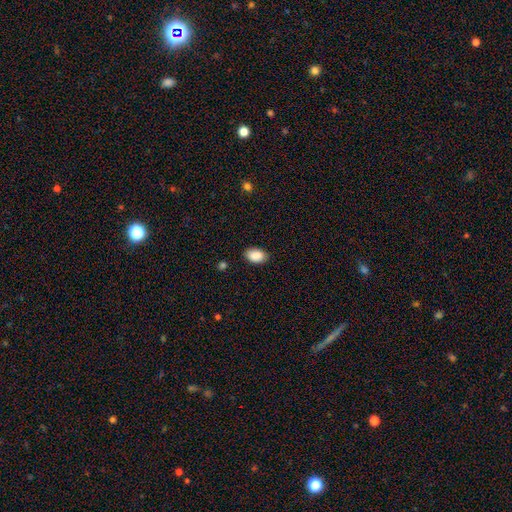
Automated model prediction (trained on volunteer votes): This appears to be a smooth galaxy with no disk features (90%) that is in between round and cigar-shaped (90%). Merging: none (84%).